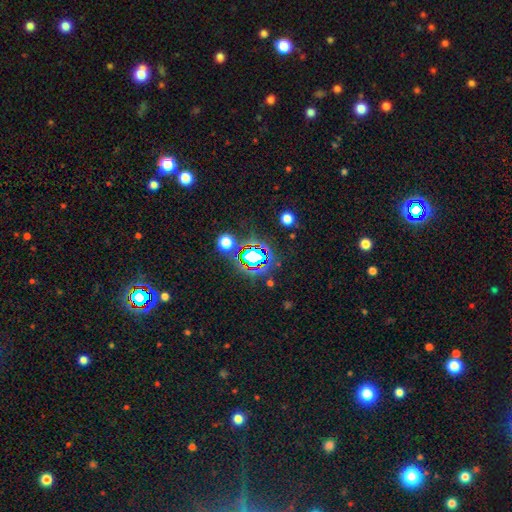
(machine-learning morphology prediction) Overall: star or artifact (67%).